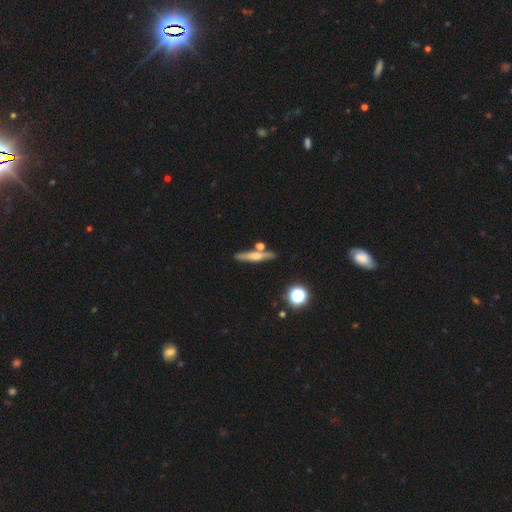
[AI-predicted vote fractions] smooth-or-featured: smooth: 47% | featured or disk: 44% | star or artifact: 9%
  merging: none: 76% | merger: 11% | minor disturbance: 10% | major disturbance: 3%